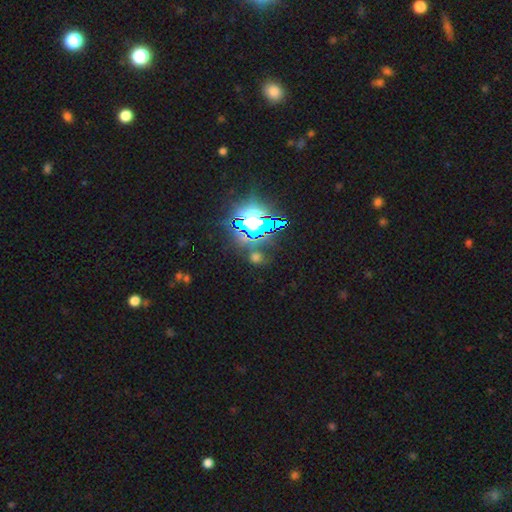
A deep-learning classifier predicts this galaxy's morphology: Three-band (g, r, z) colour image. It shows a star or artifact, not a galaxy (72%).